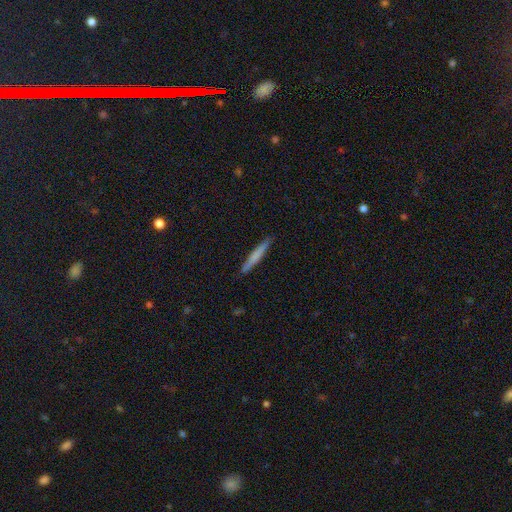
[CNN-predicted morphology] A smooth galaxy with no disk features (65%) that is cigar-shaped (96%).

Vote fractions:
- Smooth or featured? smooth: 65% / featured or disk: 29% / star or artifact: 5%
- How rounded? cigar-shaped: 96% / in between: 3% / round: 1%
- Merging? none: 90% / minor disturbance: 7% / major disturbance: 1% / merger: 1%